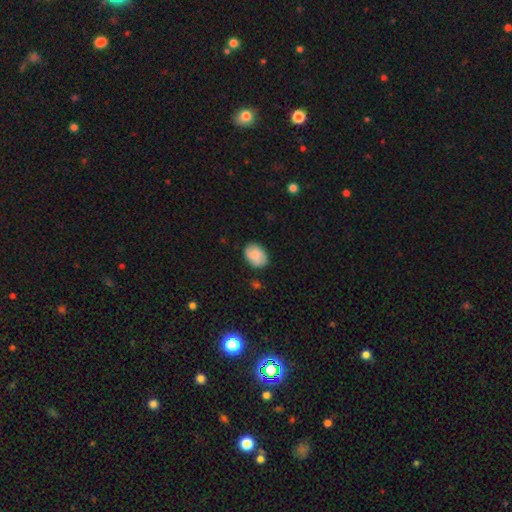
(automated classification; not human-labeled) A smooth galaxy with no disk features (80%) that is in between round and cigar-shaped (76%). Merging: none (78%).